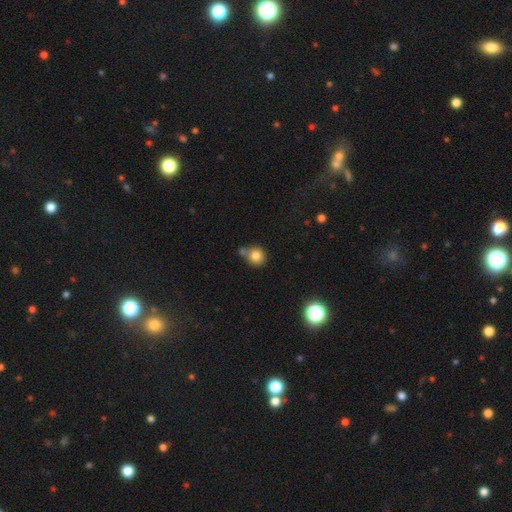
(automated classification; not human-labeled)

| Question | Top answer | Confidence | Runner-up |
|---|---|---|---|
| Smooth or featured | smooth | 81% | star or artifact (11%) |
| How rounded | round | 85% | in between (14%) |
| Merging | none | 53% | merger (29%) |